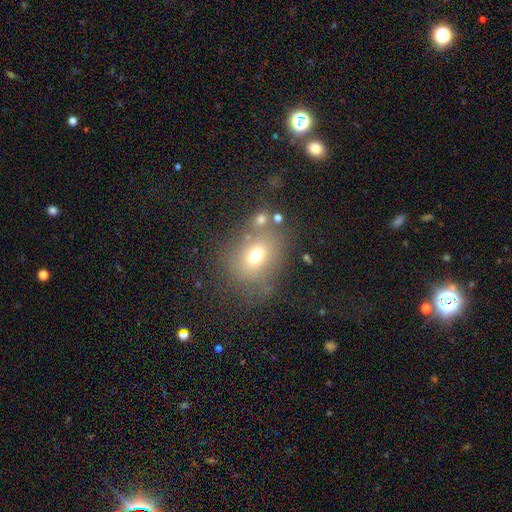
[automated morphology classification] A smooth galaxy with no disk features (66%) that is round (50%). Merging: none (59%).